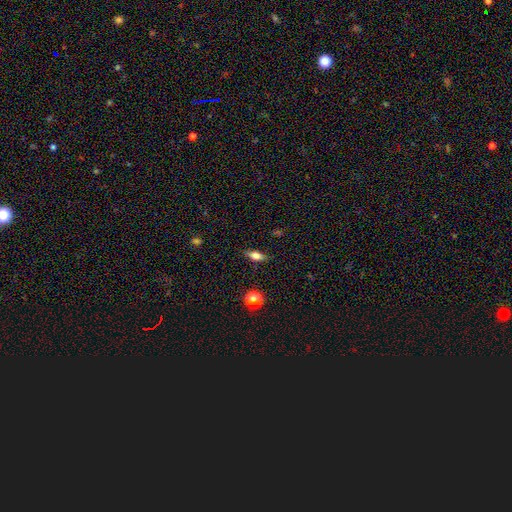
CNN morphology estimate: Overall: smooth (61%; featured or disk 28%). How rounded: in between (68%). Merging: none (85%).